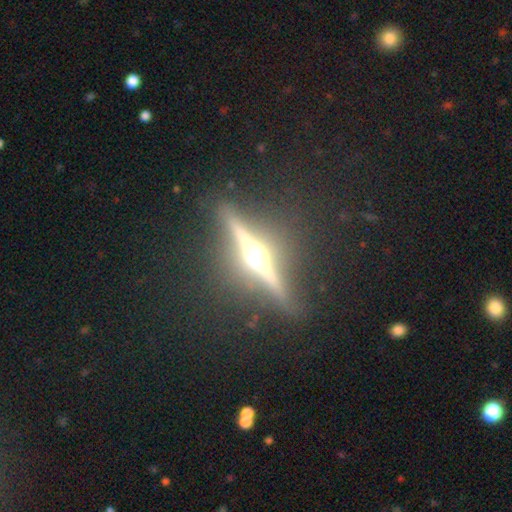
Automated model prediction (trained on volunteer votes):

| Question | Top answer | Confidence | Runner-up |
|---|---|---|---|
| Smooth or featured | featured or disk | 85% | star or artifact (8%) |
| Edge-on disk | yes | 97% | no (3%) |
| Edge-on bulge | rounded | 95% | boxy (3%) |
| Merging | none | 89% | minor disturbance (7%) |